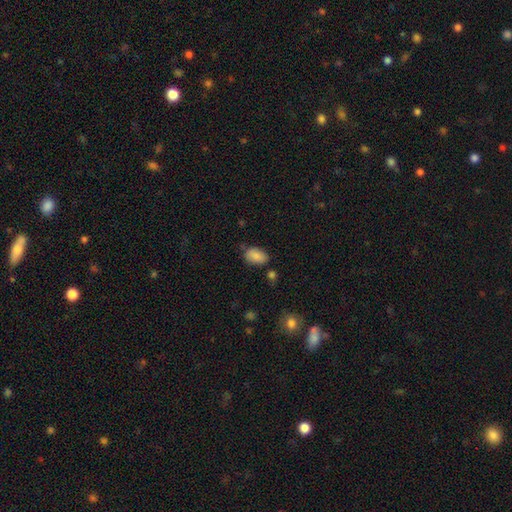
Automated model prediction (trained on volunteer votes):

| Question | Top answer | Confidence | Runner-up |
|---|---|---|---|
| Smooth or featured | smooth | 86% | star or artifact (8%) |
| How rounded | in between | 89% | round (9%) |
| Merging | none | 71% | minor disturbance (20%) |